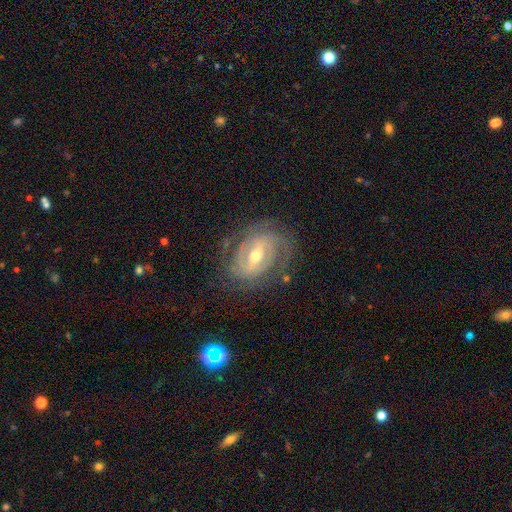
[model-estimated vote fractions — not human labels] Smooth or featured? featured or disk (88%)
Edge-on disk? no (96%)
Bar? weak (43%)
Spiral arms? yes (95%)
Spiral winding? tight (64%)
Spiral arm count? 2 (43%)
Bulge size? moderate (61%)
Merging? none (75%)